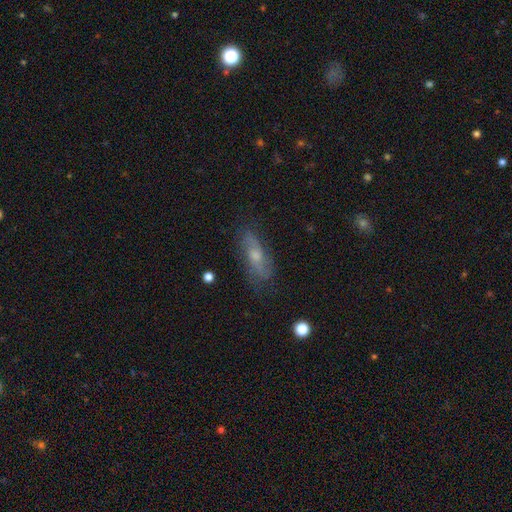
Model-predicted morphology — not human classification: featured or disk 55%, smooth 35%, star or artifact 10%. Down the decision tree: edge-on disk — no (75%); merging — none (72%).